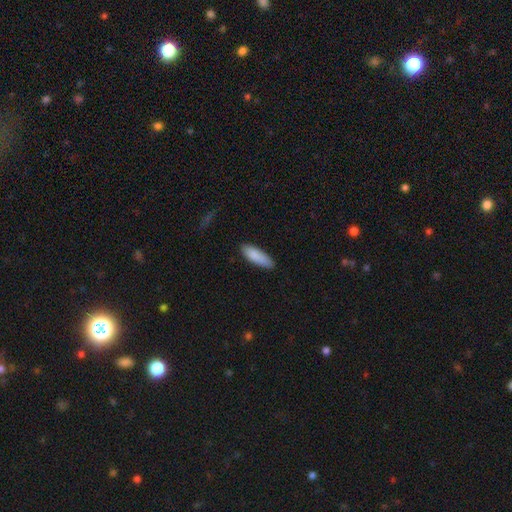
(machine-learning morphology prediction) Smooth or featured?
  - smooth: 88% *
  - featured or disk: 7%
  - star or artifact: 6%
How rounded?
  - in between: 50% *
  - cigar-shaped: 49%
  - round: 2%
Merging?
  - none: 84% *
  - minor disturbance: 13%
  - major disturbance: 2%
  - merger: 1%